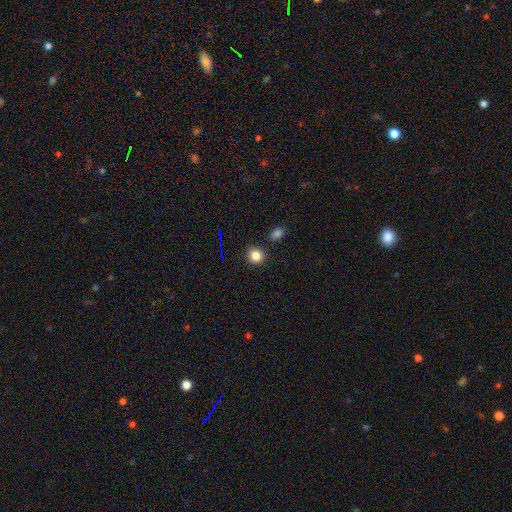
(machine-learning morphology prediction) This appears to be a smooth galaxy with no disk features (82%) that is round (88%). Merging: none (86%).